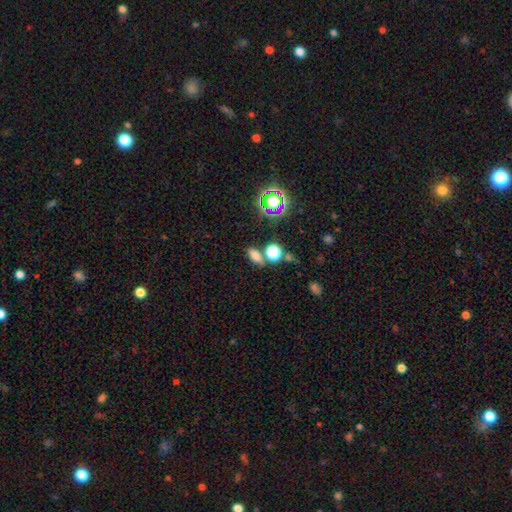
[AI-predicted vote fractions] This appears to be a smooth galaxy with no disk features (70%) that is in between round and cigar-shaped (75%). Merging: none (72%).